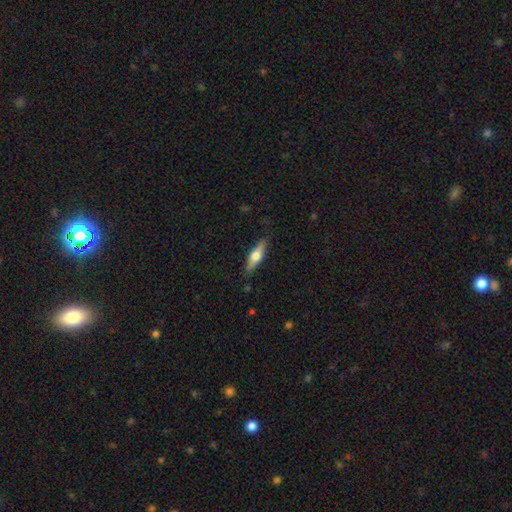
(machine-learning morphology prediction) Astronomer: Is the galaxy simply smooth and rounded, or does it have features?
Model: featured or disk — 50% (runner-up: smooth, 44%).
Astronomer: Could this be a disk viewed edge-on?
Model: yes — 94%.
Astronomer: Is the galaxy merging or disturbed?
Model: none — 87%.